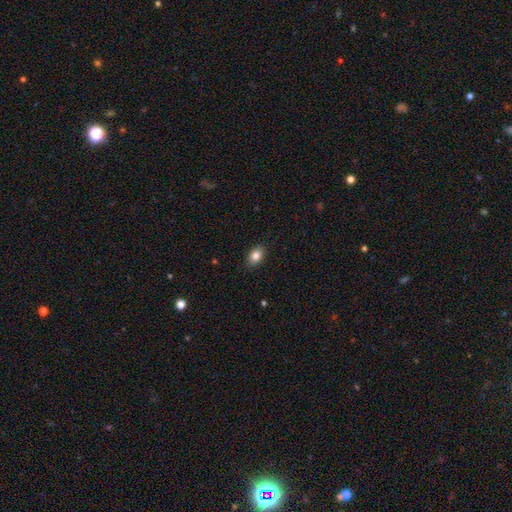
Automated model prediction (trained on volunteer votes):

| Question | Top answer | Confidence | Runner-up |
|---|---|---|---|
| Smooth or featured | smooth | 84% | star or artifact (9%) |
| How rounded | in between | 84% | round (15%) |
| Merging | none | 88% | minor disturbance (9%) |